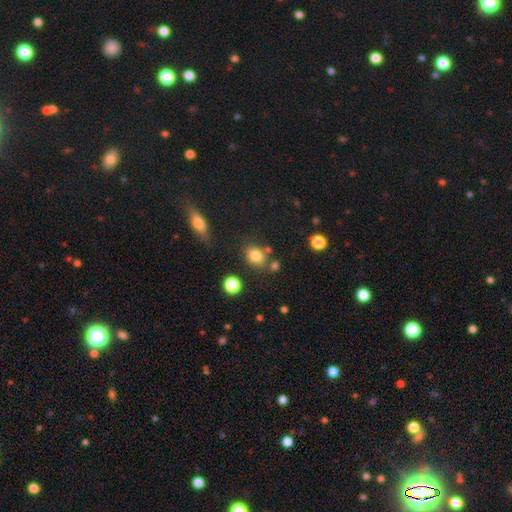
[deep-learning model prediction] A smooth galaxy with no disk features (79%) that is round (54%).

Vote fractions:
- Smooth or featured? smooth: 79% / star or artifact: 13% / featured or disk: 8%
- How rounded? round: 54% / in between: 44% / cigar-shaped: 1%
- Merging? none: 70% / minor disturbance: 14% / merger: 11% / major disturbance: 5%